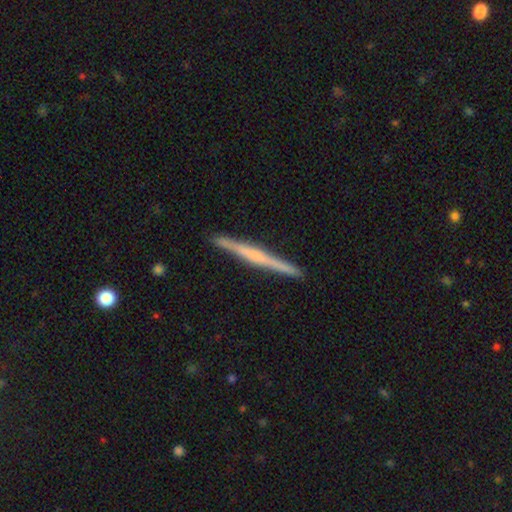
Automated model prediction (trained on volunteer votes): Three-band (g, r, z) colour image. It shows a featured or disk galaxy (65%) viewed edge-on (98%) with no central bulge (47%). Merging: none (92%).